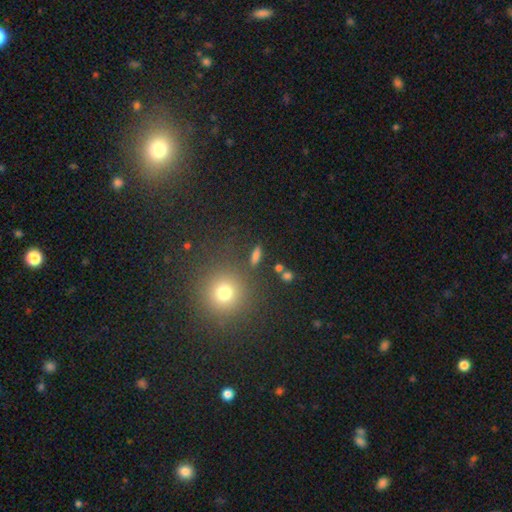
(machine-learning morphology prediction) type=smooth (73%); roundness=in between (47%); merging=none (82%).